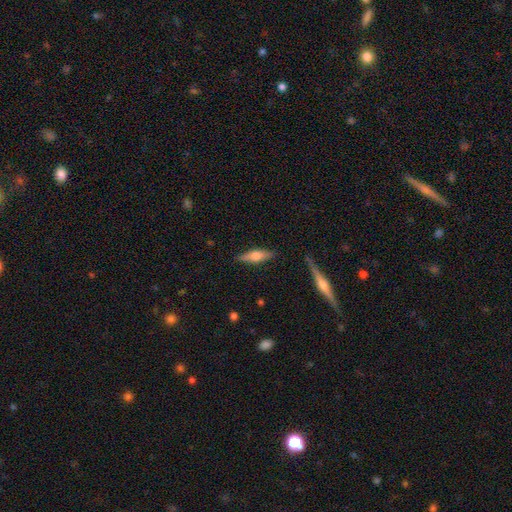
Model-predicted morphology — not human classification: A featured or disk galaxy (48%).

Vote fractions:
- Smooth or featured? featured or disk: 48% / smooth: 45% / star or artifact: 7%
- Merging? none: 85% / minor disturbance: 11% / major disturbance: 2% / merger: 2%